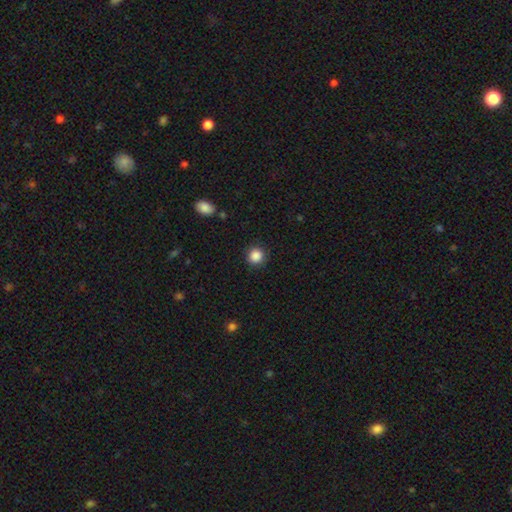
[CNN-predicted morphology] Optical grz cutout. It shows a smooth galaxy with no disk features (87%) that is round (92%). Merging: none (89%).